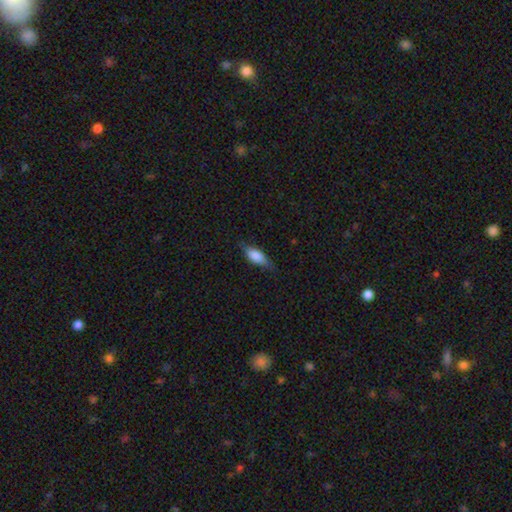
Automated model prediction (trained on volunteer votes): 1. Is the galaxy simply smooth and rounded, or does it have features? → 75% smooth, 19% featured or disk, 7% star or artifact.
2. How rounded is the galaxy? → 77% in between, 20% cigar-shaped, 3% round.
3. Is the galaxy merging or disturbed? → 67% none, 26% minor disturbance, 6% major disturbance, 1% merger.